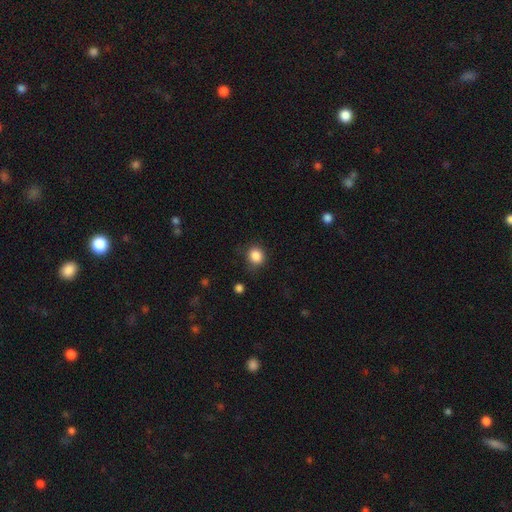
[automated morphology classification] A smooth galaxy with no disk features (86%) that is round (79%). Merging: none (80%).